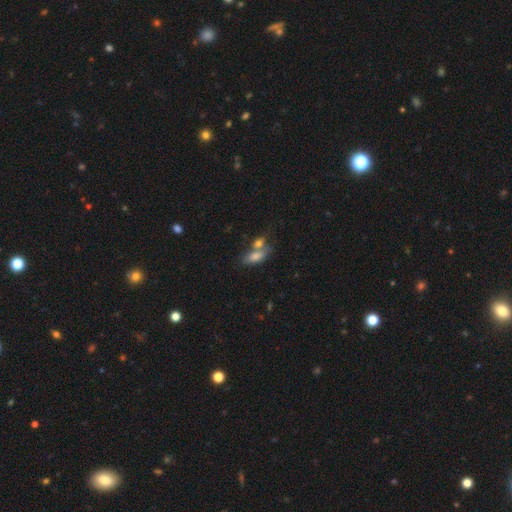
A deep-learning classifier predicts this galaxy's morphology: smooth-or-featured: smooth: 71% | featured or disk: 17% | star or artifact: 11%
  how-rounded: in between: 79% | cigar-shaped: 14% | round: 6%
  merging: merger: 43% | none: 38% | minor disturbance: 13% | major disturbance: 6%